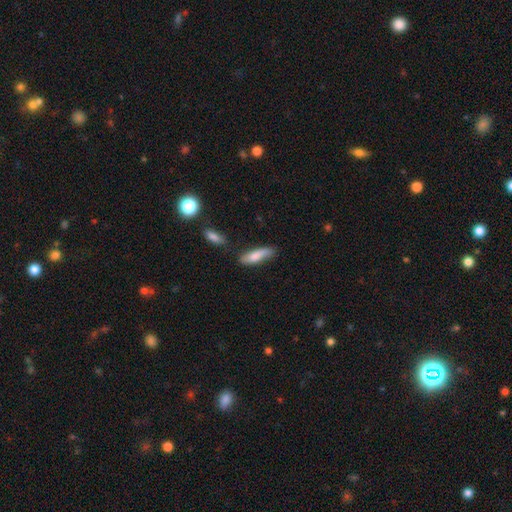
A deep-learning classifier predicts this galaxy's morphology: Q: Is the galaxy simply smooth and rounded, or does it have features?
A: smooth — 78%.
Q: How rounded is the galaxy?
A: cigar-shaped — 56%.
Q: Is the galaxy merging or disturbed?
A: none — 57%.